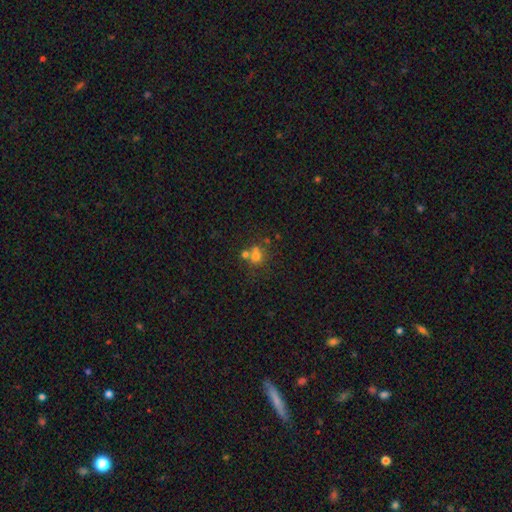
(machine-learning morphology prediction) A smooth galaxy with no disk features (66%) that is round (74%). Merging: none (45%).